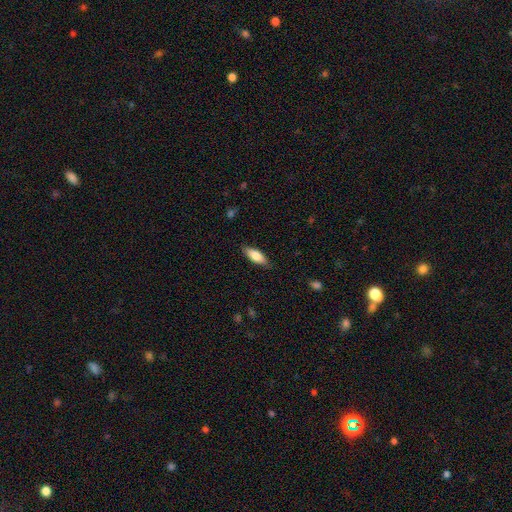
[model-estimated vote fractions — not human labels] This appears to be a smooth galaxy with no disk features (79%) that is in between round and cigar-shaped (68%). Merging: none (85%).